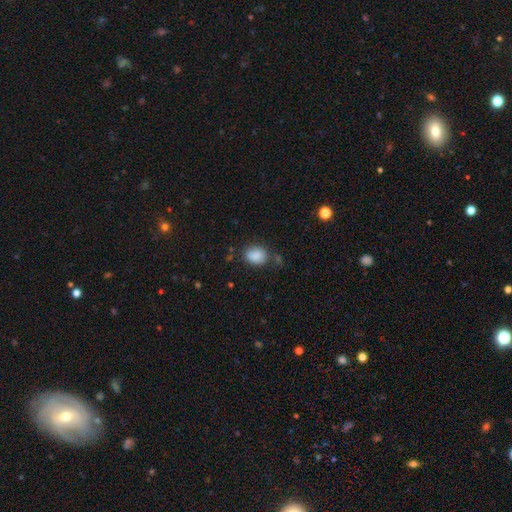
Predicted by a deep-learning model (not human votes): Overall: smooth (86%). How rounded: in between (58%; round 41%). Merging: none (69%).